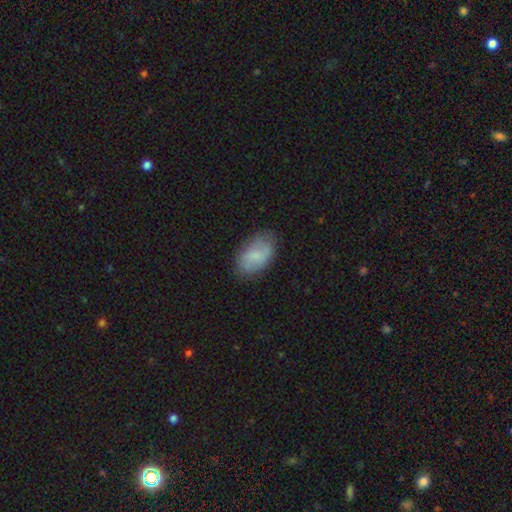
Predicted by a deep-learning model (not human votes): smooth-or-featured: smooth: 71% | featured or disk: 22% | star or artifact: 7%
  how-rounded: in between: 93% | round: 5% | cigar-shaped: 2%
  merging: none: 78% | minor disturbance: 17% | major disturbance: 4% | merger: 1%